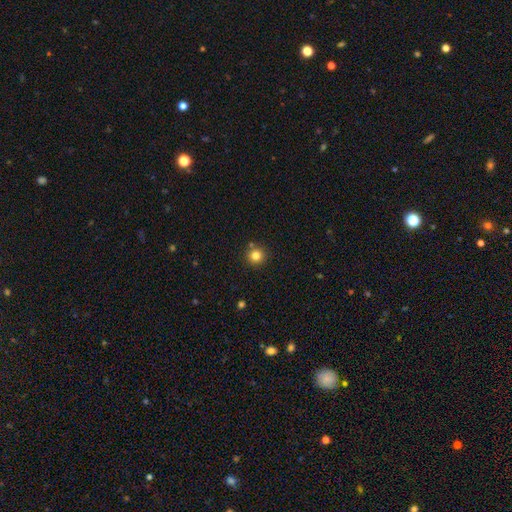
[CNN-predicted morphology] This is clearly a smooth galaxy (81%). How rounded: clearly round (94%). Merging: clearly none (87%).